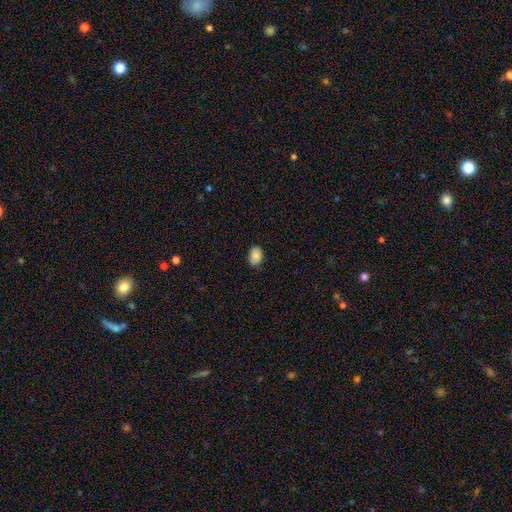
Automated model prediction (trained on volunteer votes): The model was most divided on "merging": none: 75%, minor disturbance: 20%, major disturbance: 3%, merger: 1%. More confident: smooth or featured — smooth (86%); how rounded — in between (80%).